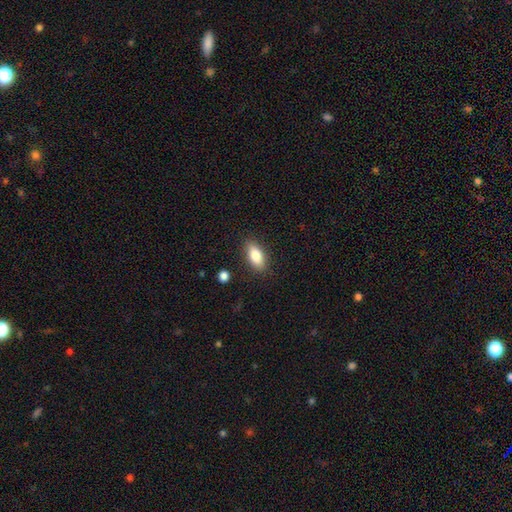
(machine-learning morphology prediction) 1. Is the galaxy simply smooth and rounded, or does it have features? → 83% smooth, 10% featured or disk, 7% star or artifact.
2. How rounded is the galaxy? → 85% in between, 11% cigar-shaped, 4% round.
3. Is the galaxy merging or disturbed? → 86% none, 10% minor disturbance, 3% major disturbance, 2% merger.